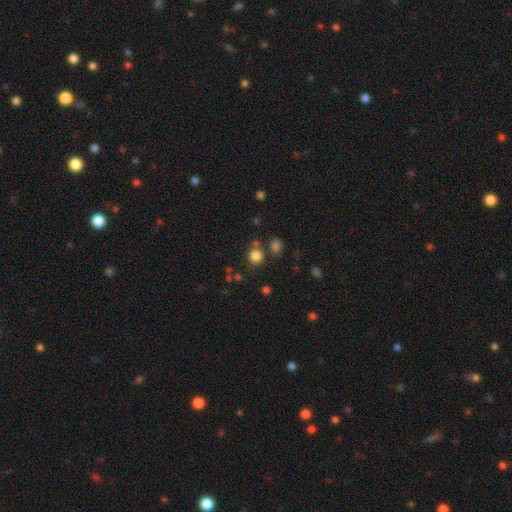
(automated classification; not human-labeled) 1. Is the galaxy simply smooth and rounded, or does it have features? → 81% smooth, 14% star or artifact, 5% featured or disk.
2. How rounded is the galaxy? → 89% round, 10% in between, 1% cigar-shaped.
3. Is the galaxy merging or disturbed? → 75% none, 12% merger, 9% minor disturbance, 4% major disturbance.